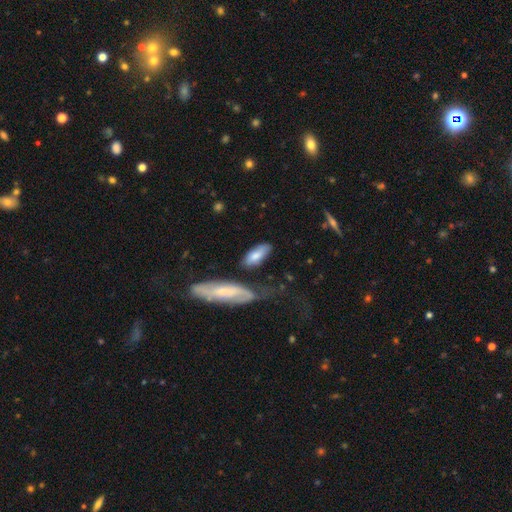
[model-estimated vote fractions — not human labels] This is likely a smooth galaxy (73%). How rounded: likely in between (77%). Merging: possibly none (58%).